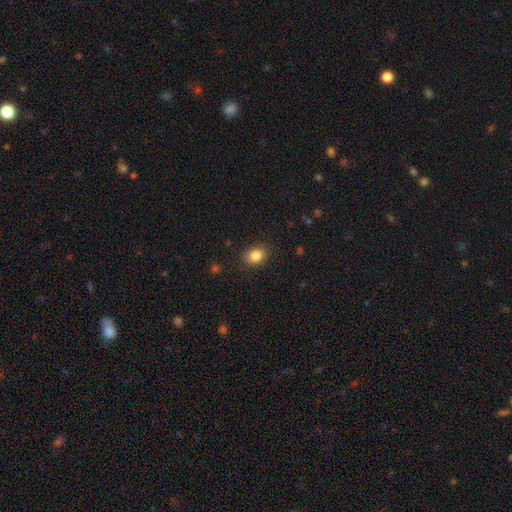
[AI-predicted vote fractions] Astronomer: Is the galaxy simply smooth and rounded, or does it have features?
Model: smooth — 85%.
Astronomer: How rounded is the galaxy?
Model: in between — 53% (runner-up: round, 46%).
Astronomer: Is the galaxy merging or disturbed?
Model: none — 86%.